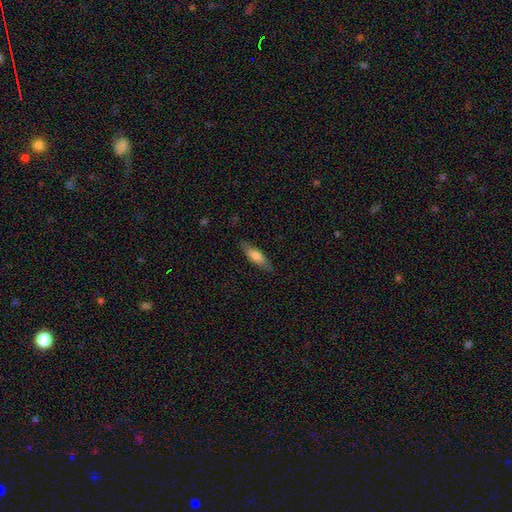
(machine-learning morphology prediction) type=smooth (74%); roundness=in between (53%); merging=none (82%).